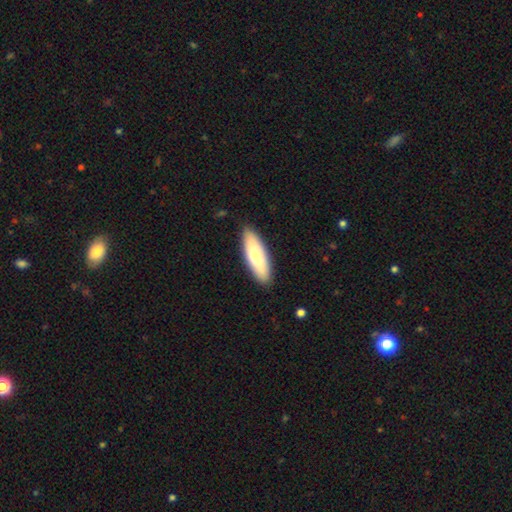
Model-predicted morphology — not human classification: type=smooth (75%); roundness=in between (56%); merging=none (88%).